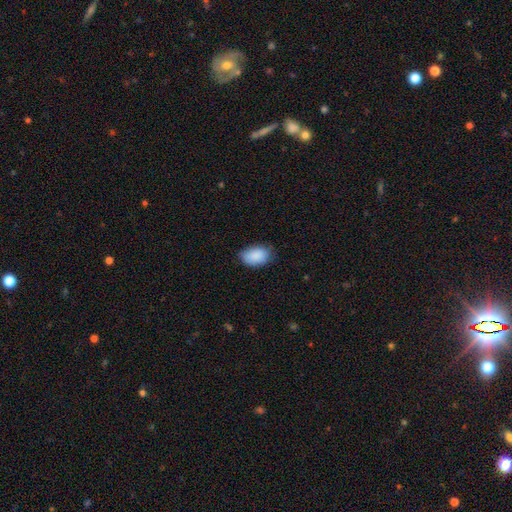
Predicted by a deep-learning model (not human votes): Smooth or featured? Predicted: smooth (p=0.90). How rounded? Predicted: in between (p=0.90). Merging? Predicted: none (p=0.76).